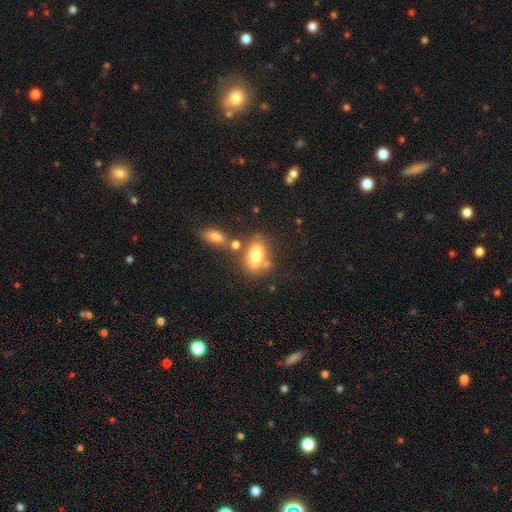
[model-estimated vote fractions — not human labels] A smooth galaxy with no disk features (79%) that is in between round and cigar-shaped (87%). Merging: none (60%).